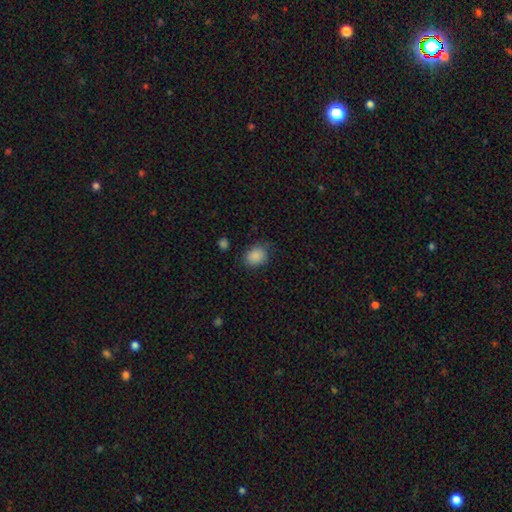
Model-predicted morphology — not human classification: Smooth or featured?
  - smooth: 87% *
  - star or artifact: 9%
  - featured or disk: 4%
How rounded?
  - in between: 53% *
  - round: 46%
  - cigar-shaped: 1%
Merging?
  - none: 74% *
  - minor disturbance: 19%
  - major disturbance: 5%
  - merger: 2%